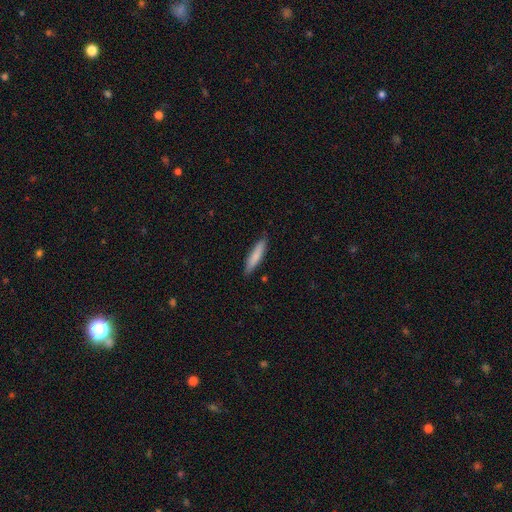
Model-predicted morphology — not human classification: smooth 80%, featured or disk 14%, star or artifact 5%. Down the decision tree: how rounded — cigar-shaped (87%); merging — none (87%).